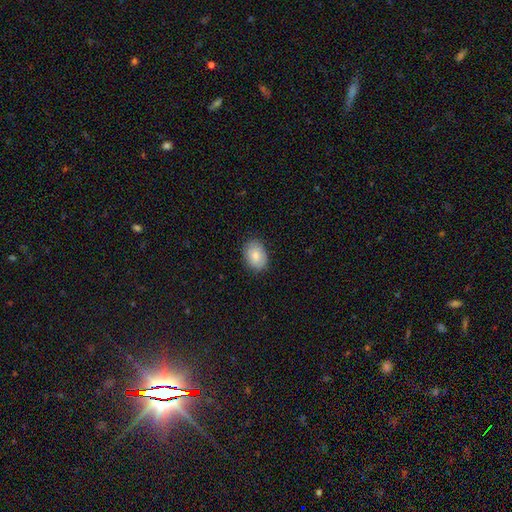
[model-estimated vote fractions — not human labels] Smooth or featured?
  - smooth: 80% *
  - featured or disk: 13%
  - star or artifact: 7%
How rounded?
  - in between: 71% *
  - round: 28%
  - cigar-shaped: 1%
Merging?
  - none: 85% *
  - minor disturbance: 12%
  - major disturbance: 3%
  - merger: 1%